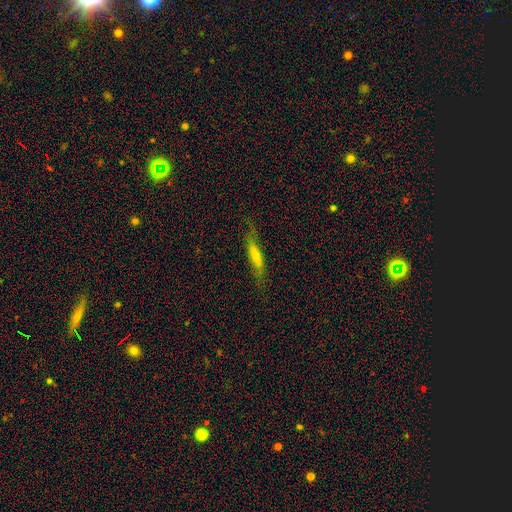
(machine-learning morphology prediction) This appears to be a smooth galaxy with no disk features (56%) that is cigar-shaped (73%). Merging: none (60%).